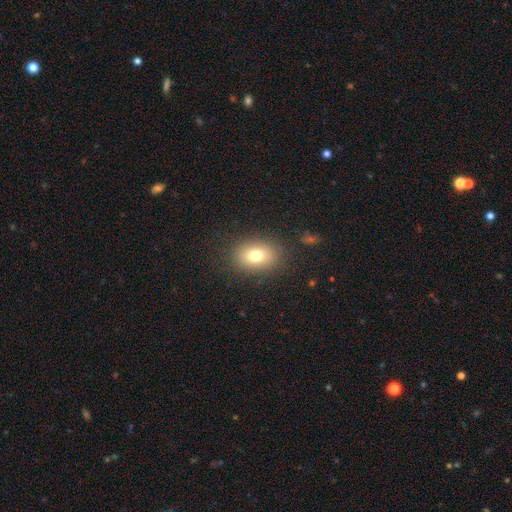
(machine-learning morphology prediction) smooth 77%, featured or disk 12%, star or artifact 11%. Down the decision tree: how rounded — in between (75%); merging — none (85%).